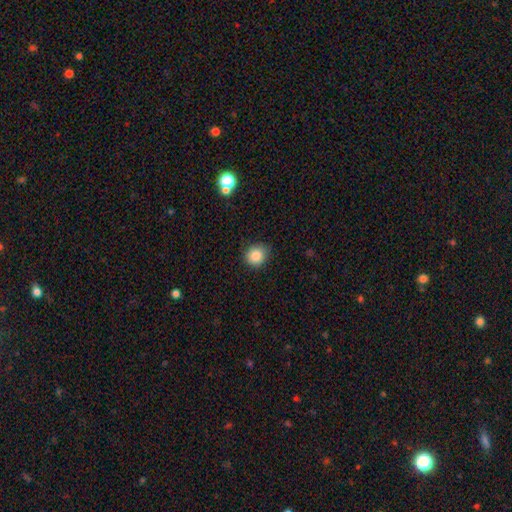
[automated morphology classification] This is clearly a smooth galaxy (85%). How rounded: clearly round (81%). Merging: clearly none (84%).